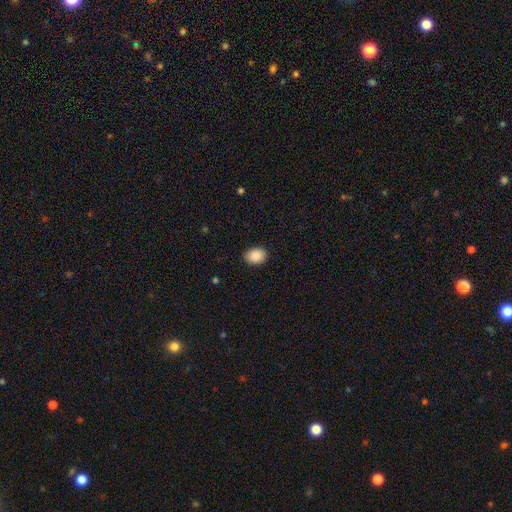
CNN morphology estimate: Smooth or featured: smooth — 90% (star or artifact — 7%)
How rounded: in between — 60% (round — 39%)
Merging: none — 87% (minor disturbance — 10%)